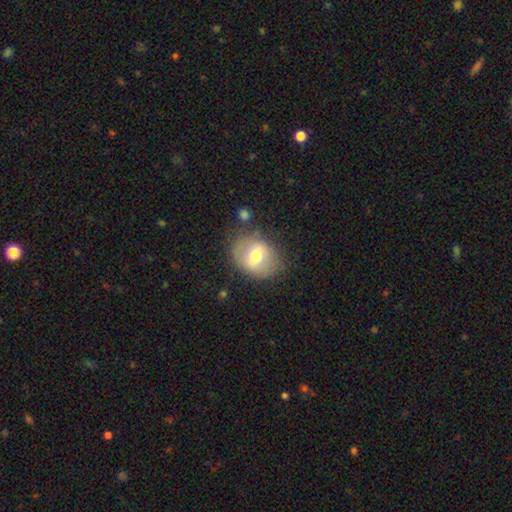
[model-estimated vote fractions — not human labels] Morphology: type=smooth (52%); roundness=in between (52%); merging=none (71%).